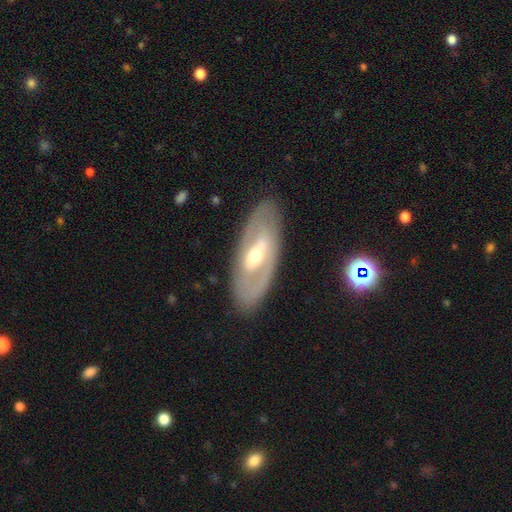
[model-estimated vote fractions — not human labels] featured or disk 73%, smooth 20%, star or artifact 6%. Down the decision tree: edge-on disk — no (86%); bar — weak (40%); spiral arms — yes (53%); bulge size — moderate (63%); merging — none (85%).